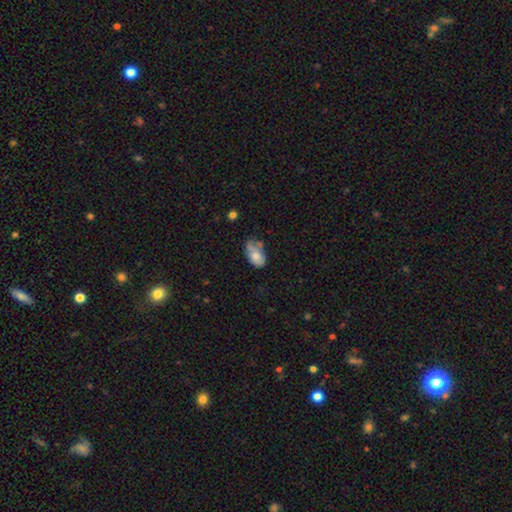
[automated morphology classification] Q: Smooth or featured?
A: smooth (70%); runner-up: featured or disk (22%)
Q: How rounded?
A: in between (92%); runner-up: round (6%)
Q: Merging?
A: none (39%); tied with: minor disturbance (39%)